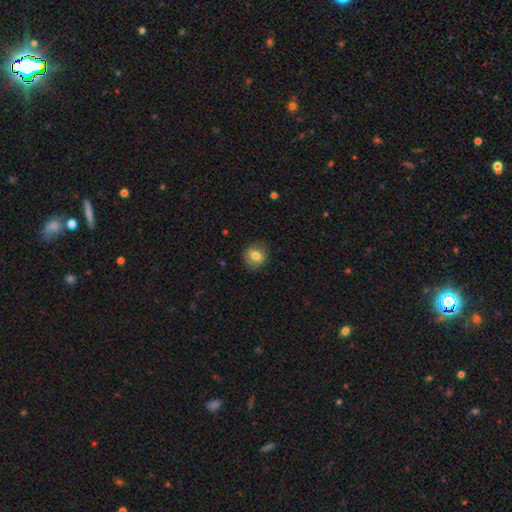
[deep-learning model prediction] Smooth or featured?
  - smooth: 75% *
  - featured or disk: 15%
  - star or artifact: 9%
How rounded?
  - round: 80% *
  - in between: 19%
  - cigar-shaped: 1%
Merging?
  - none: 83% *
  - minor disturbance: 12%
  - major disturbance: 3%
  - merger: 1%